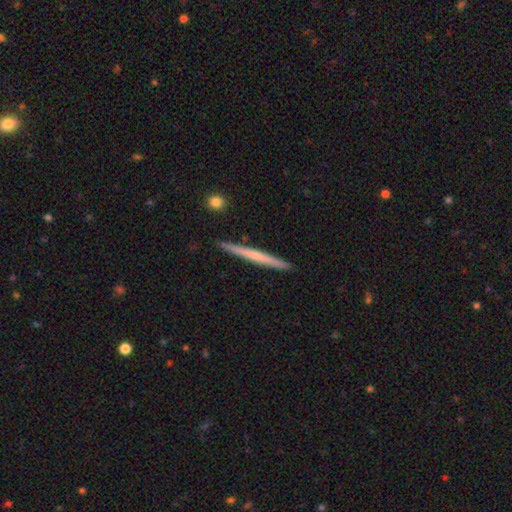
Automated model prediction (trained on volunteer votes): Smooth or featured? featured or disk (48%)
Merging? none (92%)